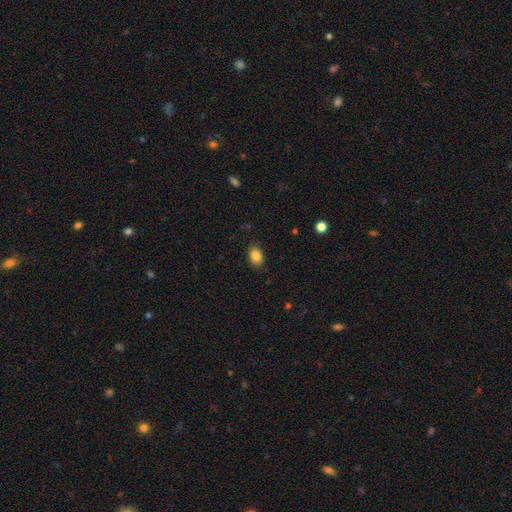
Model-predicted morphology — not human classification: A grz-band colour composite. It shows a smooth galaxy with no disk features (86%) that is in between round and cigar-shaped (82%). Merging: none (84%).